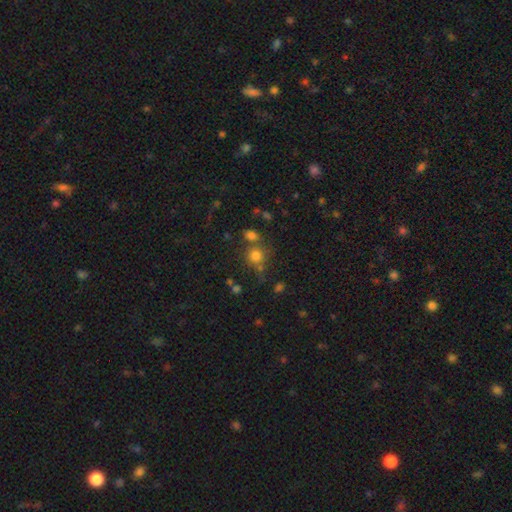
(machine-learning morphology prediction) A smooth galaxy with no disk features (75%) that is round (86%).

Vote fractions:
- Smooth or featured? smooth: 75% / star or artifact: 17% / featured or disk: 8%
- How rounded? round: 86% / in between: 13% / cigar-shaped: 1%
- Merging? none: 62% / merger: 22% / minor disturbance: 11% / major disturbance: 5%